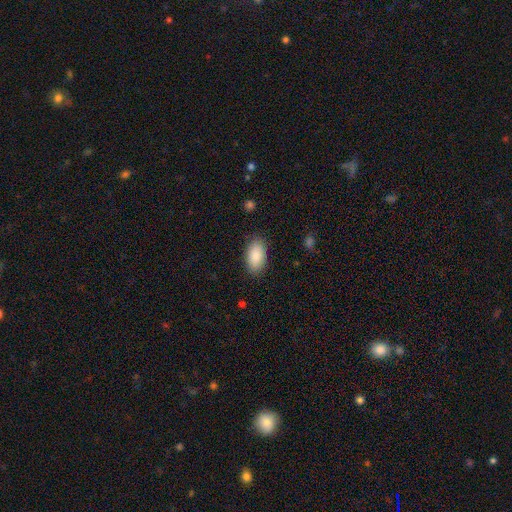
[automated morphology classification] Q: Smooth or featured?
A: smooth (88%); runner-up: star or artifact (6%)
Q: How rounded?
A: in between (94%); runner-up: round (3%)
Q: Merging?
A: none (86%); runner-up: minor disturbance (10%)